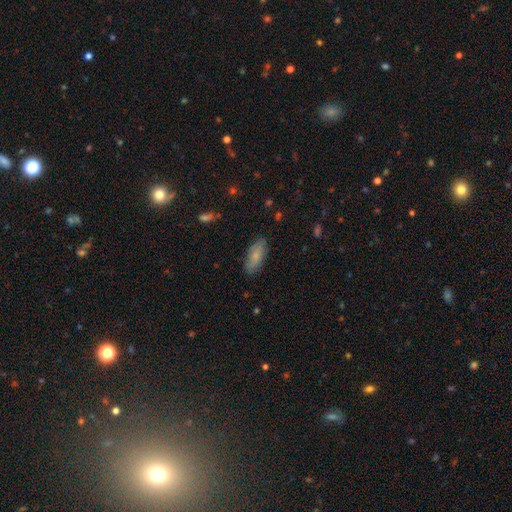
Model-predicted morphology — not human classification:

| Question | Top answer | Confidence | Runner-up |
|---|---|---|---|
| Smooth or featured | smooth | 76% | featured or disk (18%) |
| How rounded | in between | 83% | cigar-shaped (15%) |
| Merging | none | 84% | minor disturbance (13%) |